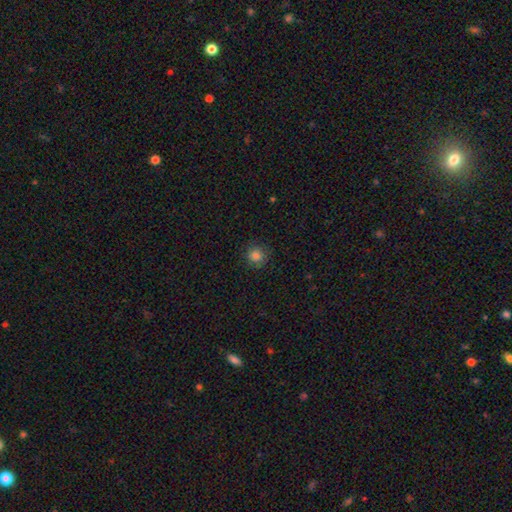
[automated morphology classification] smooth_or_featured: smooth (p=0.84) [alt: star or artifact p=0.12]
how_rounded: round (p=0.93) [alt: in between p=0.06]
merging: none (p=0.88) [alt: minor disturbance p=0.09]